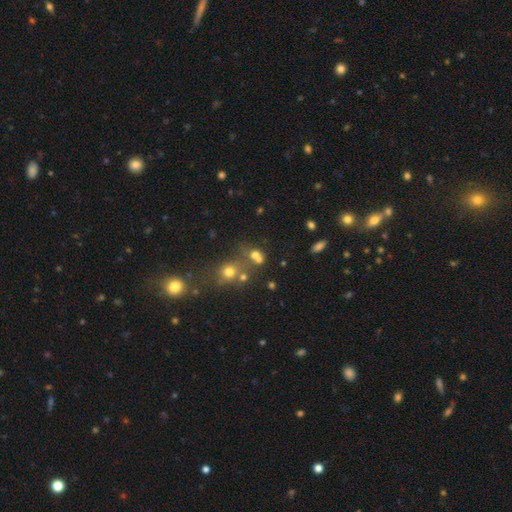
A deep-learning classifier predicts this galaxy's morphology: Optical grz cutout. It shows a smooth galaxy with no disk features (65%) that is round (64%). Merging: none (43%).